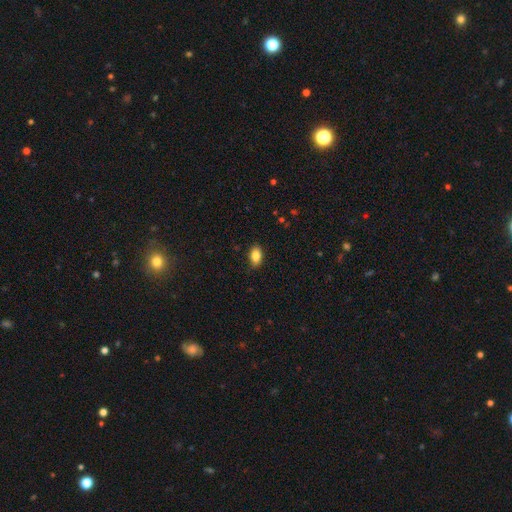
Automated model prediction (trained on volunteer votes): A smooth galaxy with no disk features (85%) that is in between round and cigar-shaped (89%).

Vote fractions:
- Smooth or featured? smooth: 85% / star or artifact: 8% / featured or disk: 7%
- How rounded? in between: 89% / round: 8% / cigar-shaped: 3%
- Merging? none: 86% / minor disturbance: 11% / major disturbance: 2% / merger: 1%